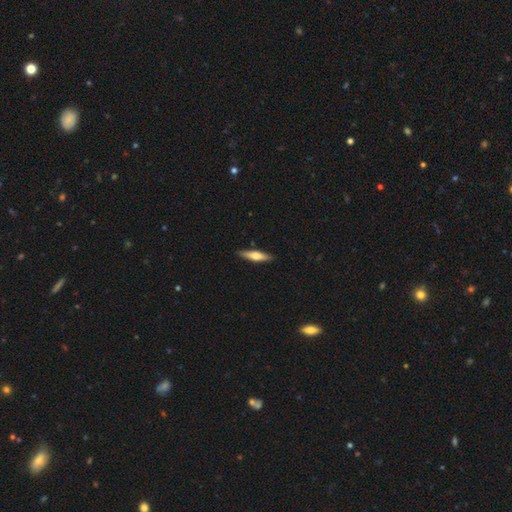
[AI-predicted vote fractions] The model was most divided on "smooth or featured": smooth: 50%, featured or disk: 44%, star or artifact: 5%. More confident: merging — none (89%); how rounded — cigar-shaped (75%).